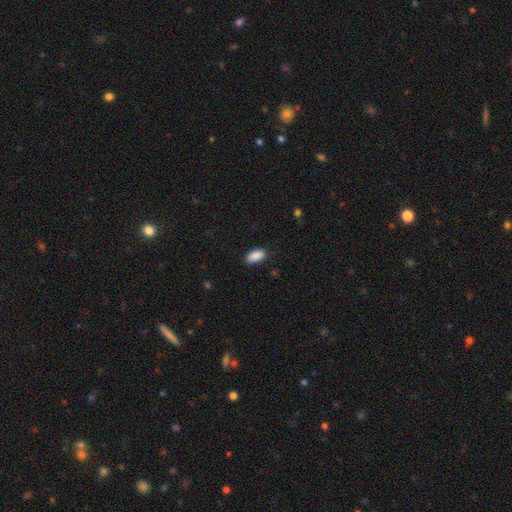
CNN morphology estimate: Smooth or featured?
  - smooth: 89% *
  - star or artifact: 7%
  - featured or disk: 4%
How rounded?
  - in between: 92% *
  - cigar-shaped: 5%
  - round: 3%
Merging?
  - none: 84% *
  - minor disturbance: 12%
  - major disturbance: 2%
  - merger: 1%